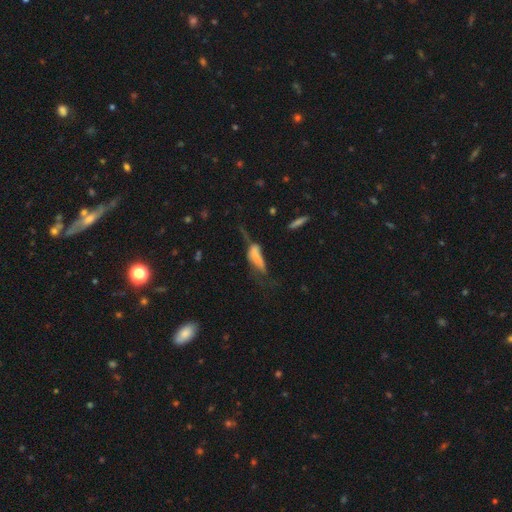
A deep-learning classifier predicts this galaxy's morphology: A smooth galaxy with no disk features (51%) that is in between round and cigar-shaped (60%). Merging: major disturbance (46%).